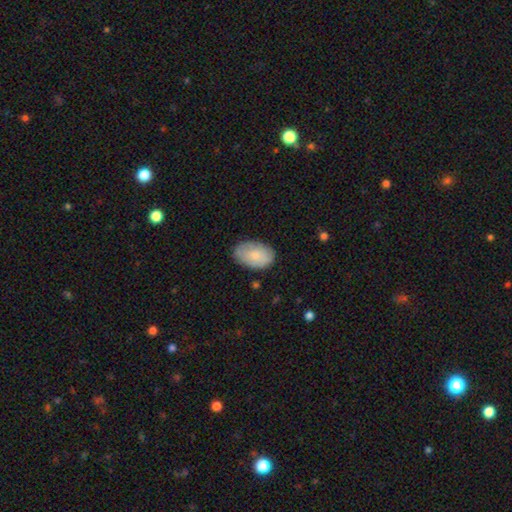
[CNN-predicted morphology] This appears to be a smooth galaxy with no disk features (78%) that is in between round and cigar-shaped (91%). Merging: none (77%).